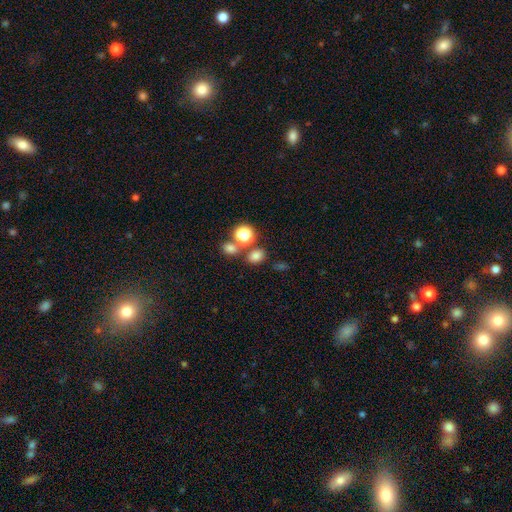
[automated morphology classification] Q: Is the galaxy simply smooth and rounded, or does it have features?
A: smooth — 75%.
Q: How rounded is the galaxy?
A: round — 51%.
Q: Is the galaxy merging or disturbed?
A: none — 66%.